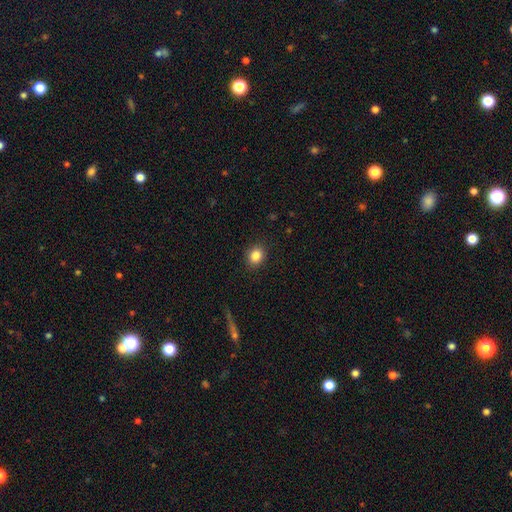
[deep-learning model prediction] This appears to be a smooth galaxy with no disk features (84%) that is round (62%). Merging: none (90%).